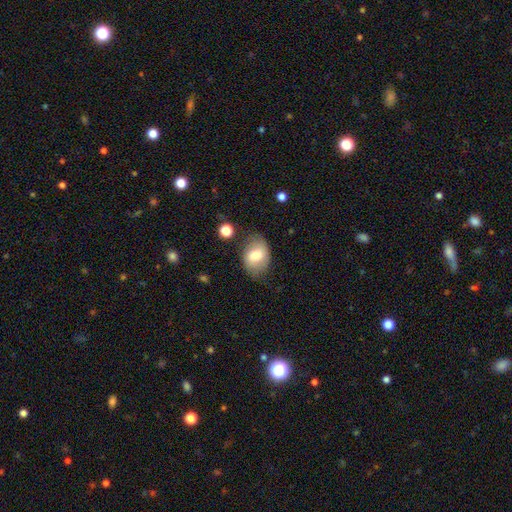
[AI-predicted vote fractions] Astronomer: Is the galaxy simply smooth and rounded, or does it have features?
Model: smooth — 71%.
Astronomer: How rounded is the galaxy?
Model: in between — 73%.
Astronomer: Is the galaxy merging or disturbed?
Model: none — 70%.